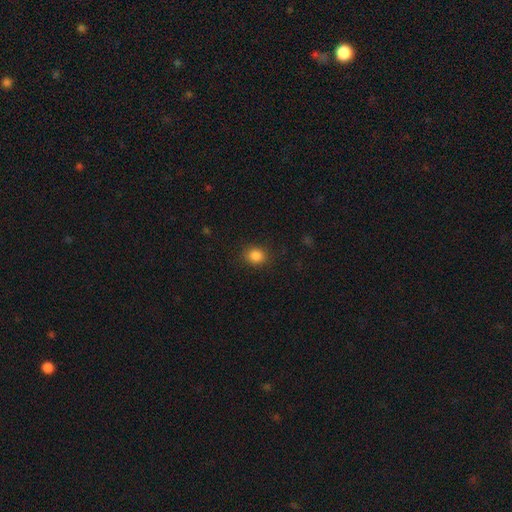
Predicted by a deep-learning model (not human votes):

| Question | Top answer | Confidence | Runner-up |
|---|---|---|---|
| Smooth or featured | smooth | 86% | star or artifact (11%) |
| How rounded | round | 64% | in between (35%) |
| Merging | none | 87% | minor disturbance (9%) |